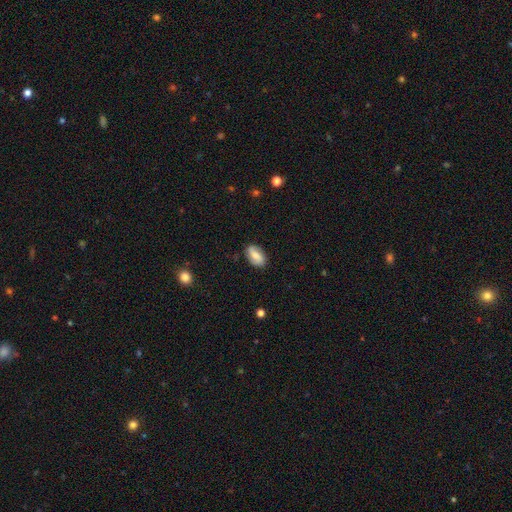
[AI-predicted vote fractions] This appears to be a smooth galaxy with no disk features (49%). Merging: none (82%).